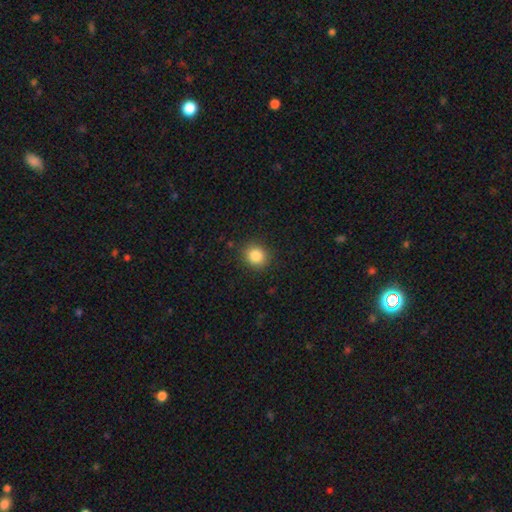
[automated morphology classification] Smooth or featured? Predicted: smooth (p=0.86). How rounded? Predicted: round (p=0.85). Merging? Predicted: none (p=0.89).